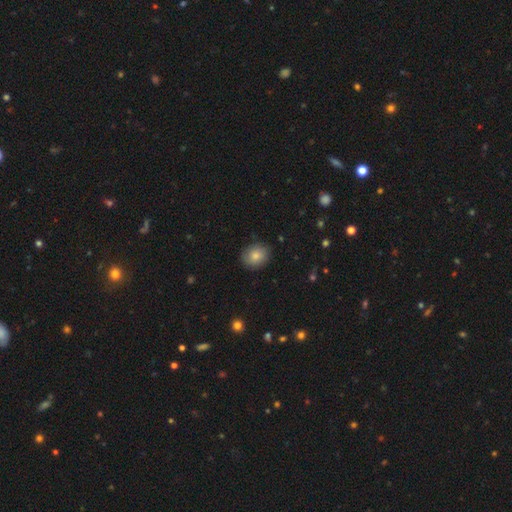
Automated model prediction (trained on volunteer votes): The model was most divided on "how rounded": round: 60%, in between: 39%, cigar-shaped: 1%. More confident: merging — none (86%); smooth or featured — smooth (81%).